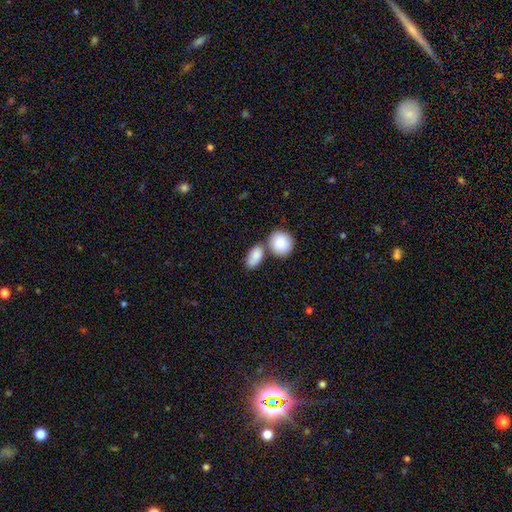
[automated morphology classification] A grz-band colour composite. It shows a smooth galaxy with no disk features (86%) that is in between round and cigar-shaped (82%). Merging: none (47%).